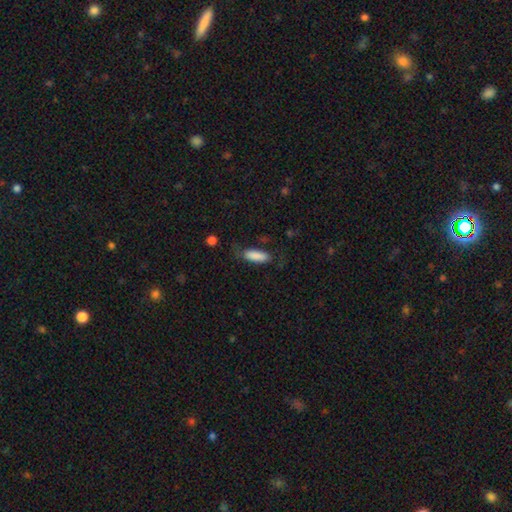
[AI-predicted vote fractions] Smooth or featured: smooth — 86% (featured or disk — 8%)
How rounded: in between — 62% (cigar-shaped — 36%)
Merging: none — 67% (minor disturbance — 22%)